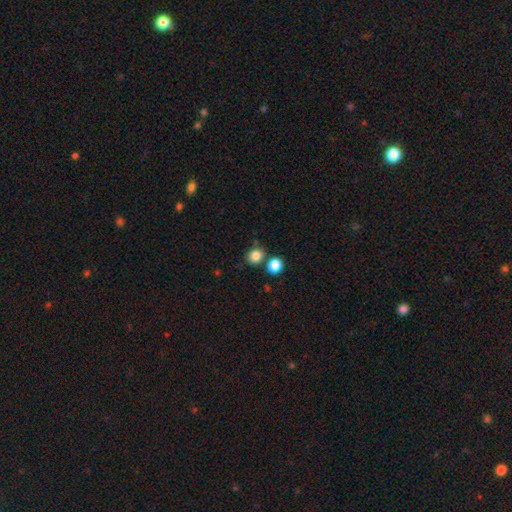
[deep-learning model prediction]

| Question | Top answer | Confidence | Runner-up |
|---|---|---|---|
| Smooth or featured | smooth | 84% | star or artifact (11%) |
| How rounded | round | 69% | in between (30%) |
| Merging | none | 70% | merger (16%) |